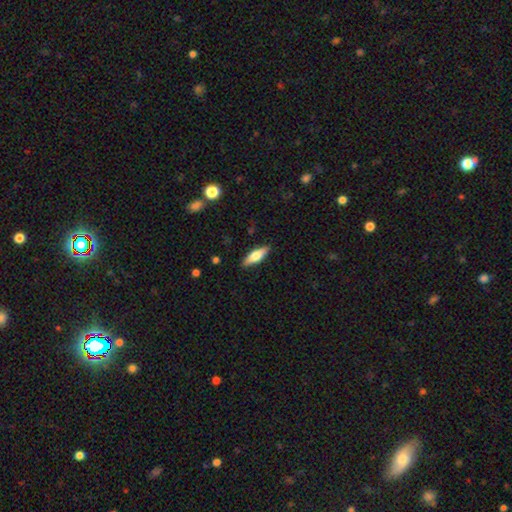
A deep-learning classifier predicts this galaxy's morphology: Smooth or featured: smooth — 57% (featured or disk — 37%)
How rounded: in between — 53% (cigar-shaped — 45%)
Merging: none — 88% (minor disturbance — 9%)